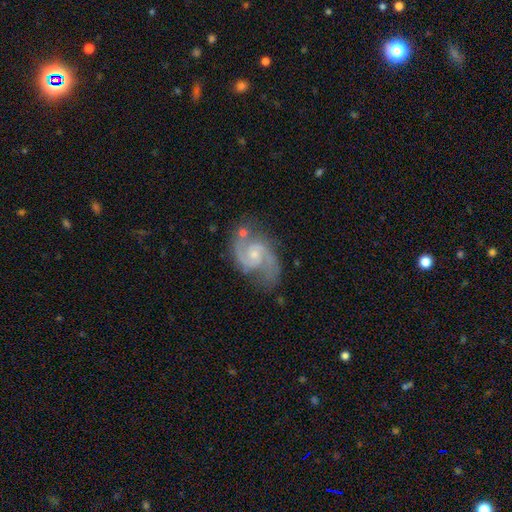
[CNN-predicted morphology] Q: Smooth or featured?
A: featured or disk (88%); runner-up: star or artifact (7%)
Q: Edge-on disk?
A: no (98%); runner-up: yes (2%)
Q: Bar?
A: weak (46%); runner-up: no (45%)
Q: Spiral arms?
A: yes (97%); runner-up: no (3%)
Q: Spiral winding?
A: medium (58%); runner-up: loose (25%)
Q: Spiral arm count?
A: 2 (91%); runner-up: can't tell (3%)
Q: Bulge size?
A: small (58%); runner-up: moderate (33%)
Q: Merging?
A: none (77%); runner-up: minor disturbance (15%)